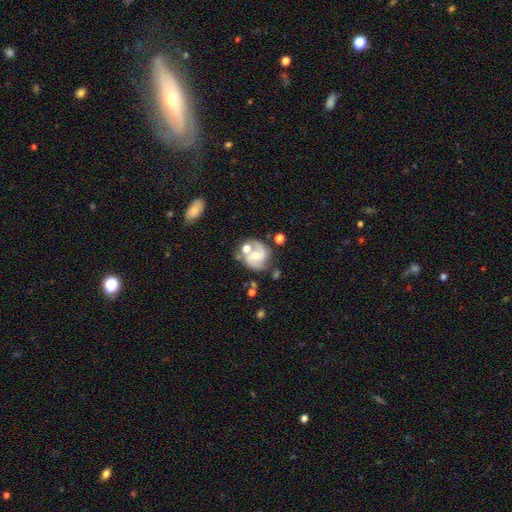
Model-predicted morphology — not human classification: Q: Smooth or featured?
A: featured or disk (74%); runner-up: smooth (19%)
Q: Edge-on disk?
A: no (98%); runner-up: yes (2%)
Q: Bar?
A: no (50%); runner-up: weak (39%)
Q: Spiral arms?
A: yes (90%); runner-up: no (10%)
Q: Spiral winding?
A: medium (50%); runner-up: loose (26%)
Q: Spiral arm count?
A: 2 (83%); runner-up: can't tell (8%)
Q: Bulge size?
A: moderate (55%); runner-up: small (37%)
Q: Merging?
A: none (54%); runner-up: merger (21%)